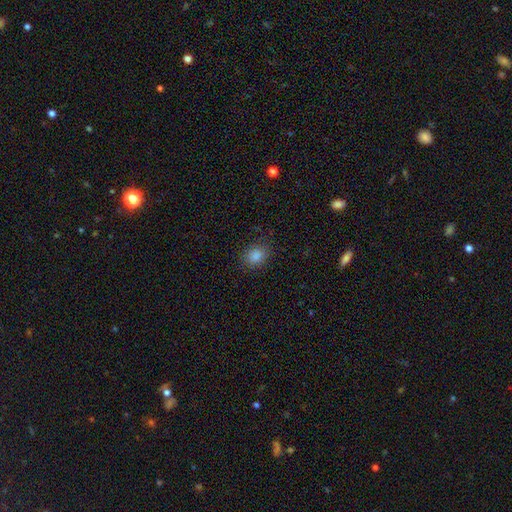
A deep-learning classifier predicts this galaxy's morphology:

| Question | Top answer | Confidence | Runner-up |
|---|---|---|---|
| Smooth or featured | smooth | 83% | star or artifact (12%) |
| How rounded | in between | 52% | round (46%) |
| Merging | none | 85% | minor disturbance (11%) |